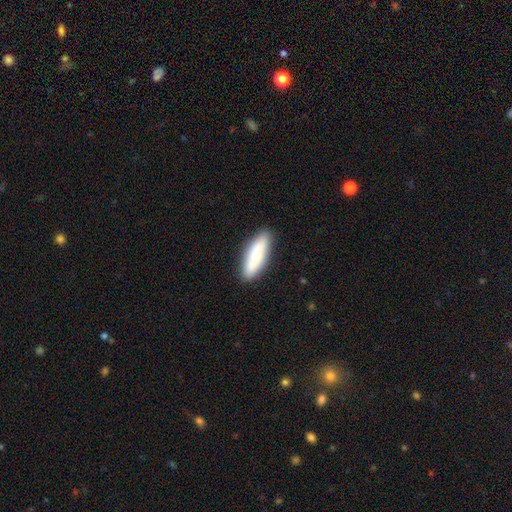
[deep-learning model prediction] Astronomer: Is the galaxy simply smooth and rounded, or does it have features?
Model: smooth — 73%.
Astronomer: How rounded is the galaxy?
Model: in between — 49%, tied with cigar-shaped at 49%.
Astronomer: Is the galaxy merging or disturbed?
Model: none — 85%.